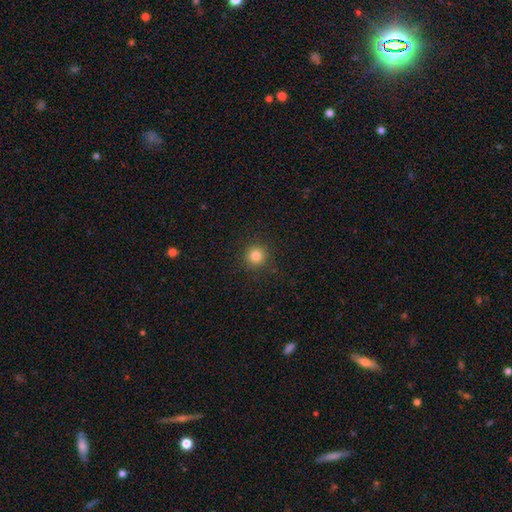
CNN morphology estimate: type=smooth (82%); roundness=round (95%); merging=none (91%).